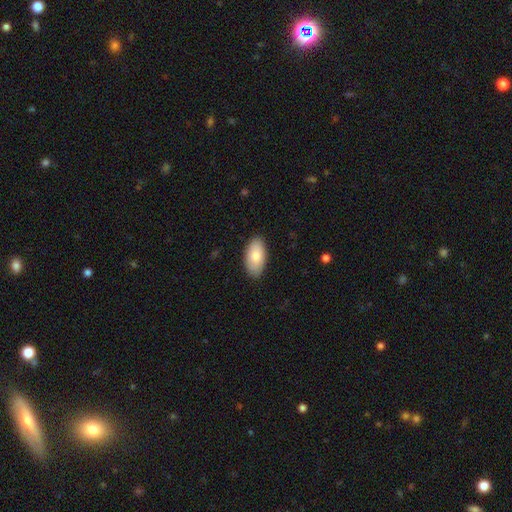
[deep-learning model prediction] A smooth galaxy with no disk features (81%) that is in between round and cigar-shaped (95%). Merging: none (87%).